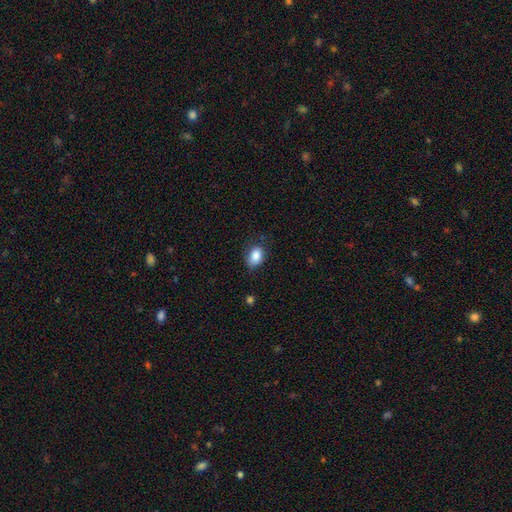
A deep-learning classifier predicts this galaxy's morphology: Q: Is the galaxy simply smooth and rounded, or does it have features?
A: smooth — 87%.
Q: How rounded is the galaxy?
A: in between — 83%.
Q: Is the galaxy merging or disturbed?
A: none — 72%.